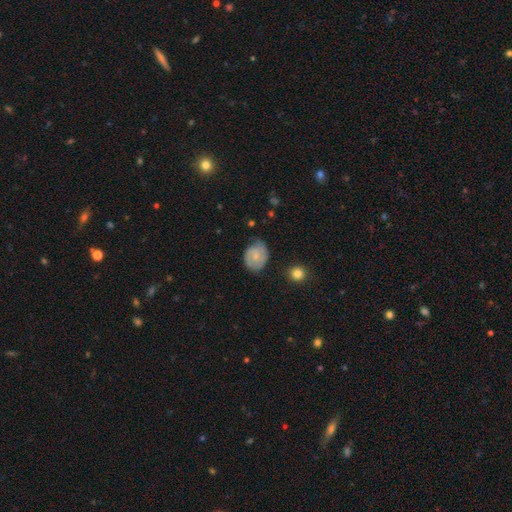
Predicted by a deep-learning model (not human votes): This is possibly a featured or disk galaxy (47%). Merging: likely none (60%).